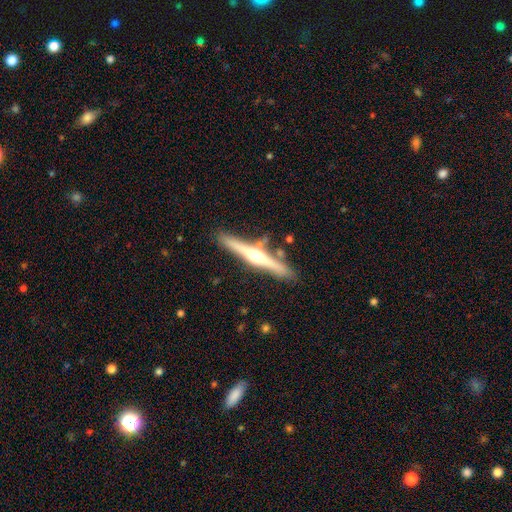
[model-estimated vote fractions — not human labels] A featured or disk galaxy (75%) viewed edge-on (98%) with a rounded central bulge (92%). Merging: none (84%).